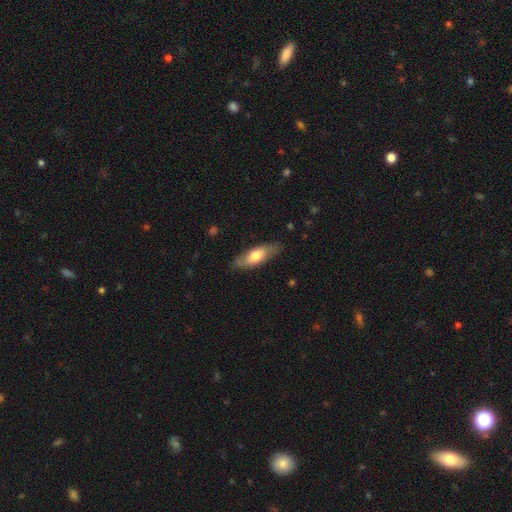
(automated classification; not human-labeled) Smooth or featured?
  - smooth: 63% *
  - featured or disk: 32%
  - star or artifact: 5%
How rounded?
  - in between: 68% *
  - cigar-shaped: 30%
  - round: 3%
Merging?
  - none: 83% *
  - minor disturbance: 13%
  - major disturbance: 3%
  - merger: 1%